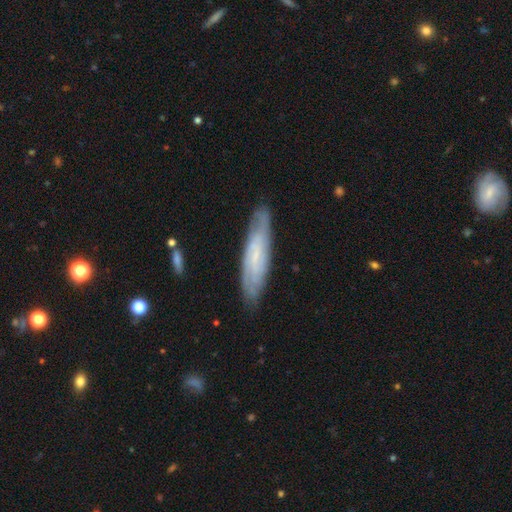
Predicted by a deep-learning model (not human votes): The model was most divided on "smooth or featured": featured or disk: 61%, smooth: 33%, star or artifact: 7%. More confident: merging — none (82%); edge-on disk — no (65%).